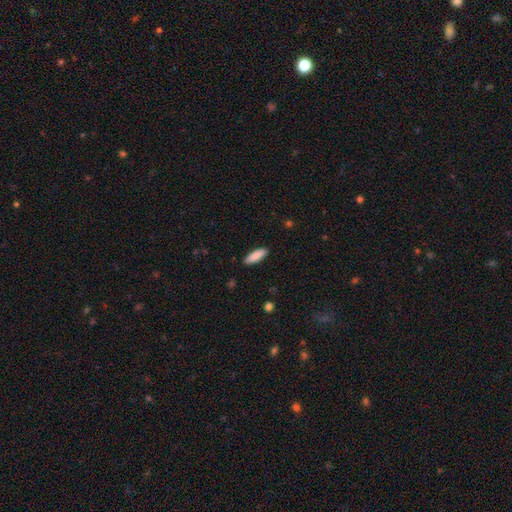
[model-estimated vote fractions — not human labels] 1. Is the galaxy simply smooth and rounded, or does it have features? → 89% smooth, 6% star or artifact, 5% featured or disk.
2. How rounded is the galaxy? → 58% in between, 40% cigar-shaped, 1% round.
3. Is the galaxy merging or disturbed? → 89% none, 8% minor disturbance, 2% major disturbance, 1% merger.